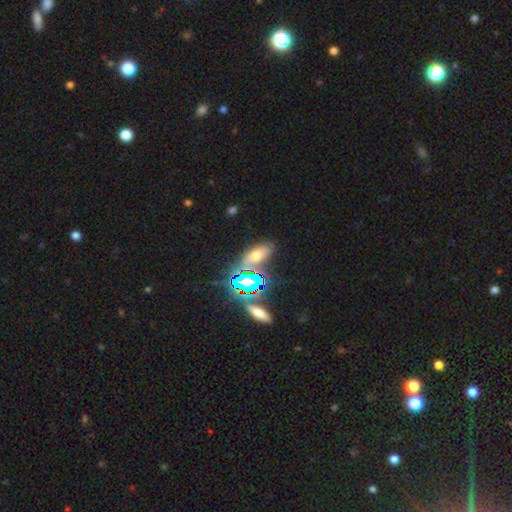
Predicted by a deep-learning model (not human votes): Smooth or featured: smooth — 47% (star or artifact — 35%)
Merging: none — 66% (minor disturbance — 14%)